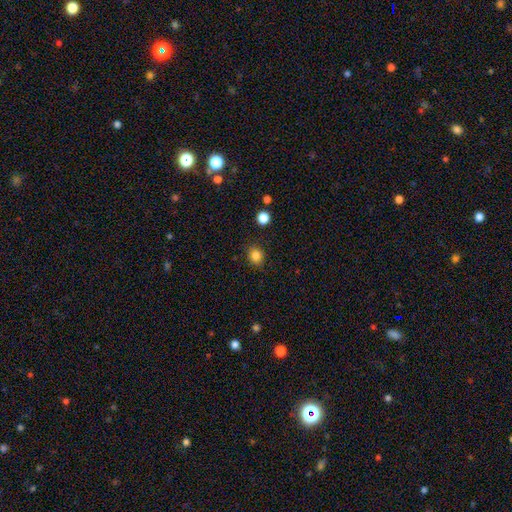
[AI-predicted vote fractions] Smooth or featured? smooth (84%)
How rounded? round (75%)
Merging? none (87%)